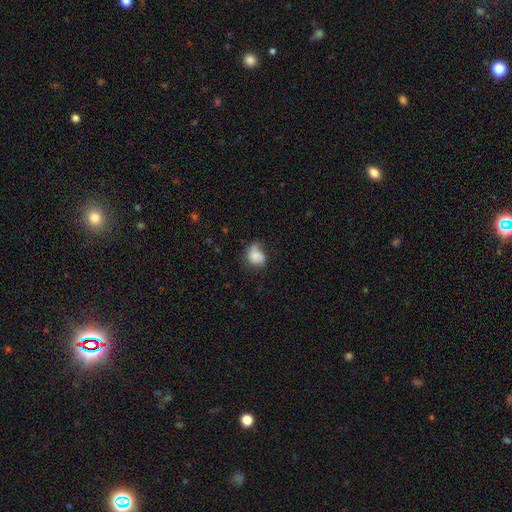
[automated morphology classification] Smooth or featured? smooth (68%)
How rounded? round (50%)
Merging? none (39%)